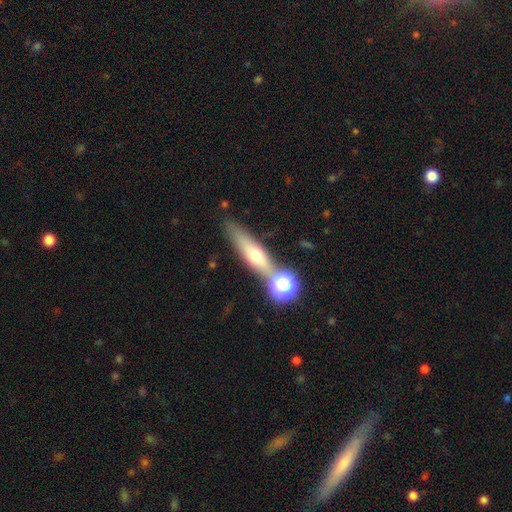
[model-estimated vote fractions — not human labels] This appears to be a smooth galaxy with no disk features (44%). Merging: none (69%).